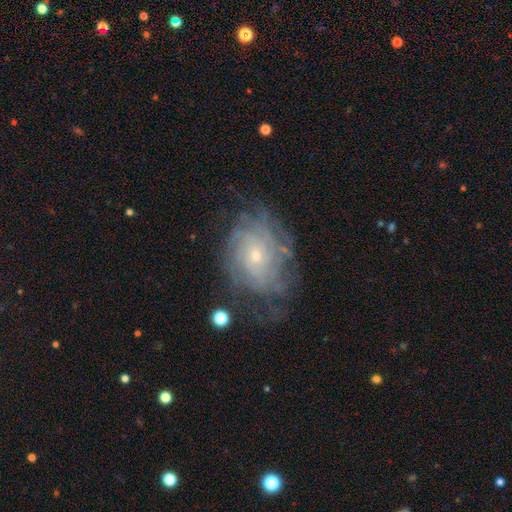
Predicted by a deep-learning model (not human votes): The model was most divided on "spiral arm count": can't tell: 51%, 4: 14%, more than 4: 11%, 2: 9%, 3: 9%, 1: 5%. More confident: edge-on disk — no (96%); spiral arms — yes (90%); smooth or featured — featured or disk (79%); bar — no (78%); bulge size — small (74%); spiral winding — tight (71%); merging — none (65%).